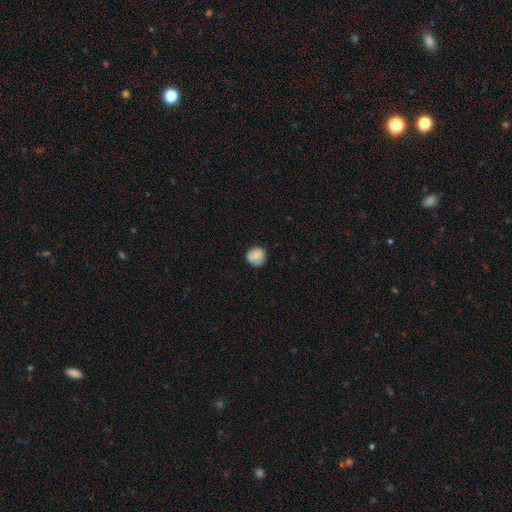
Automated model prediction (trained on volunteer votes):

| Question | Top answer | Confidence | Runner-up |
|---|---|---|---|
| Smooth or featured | smooth | 83% | featured or disk (9%) |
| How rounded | round | 89% | in between (10%) |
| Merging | none | 80% | minor disturbance (15%) |